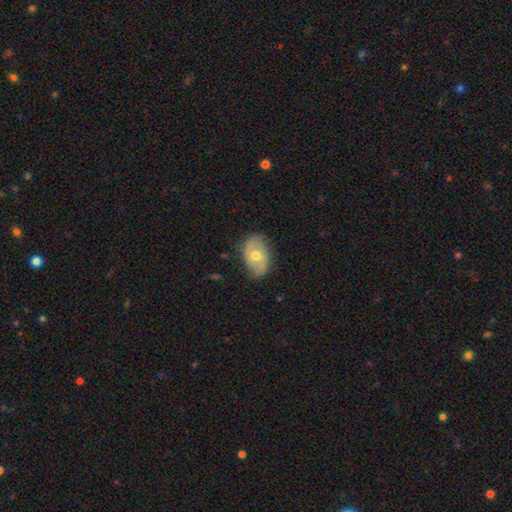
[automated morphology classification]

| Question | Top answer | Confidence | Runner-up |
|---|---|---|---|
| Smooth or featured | smooth | 49% | featured or disk (44%) |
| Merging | none | 70% | minor disturbance (23%) |